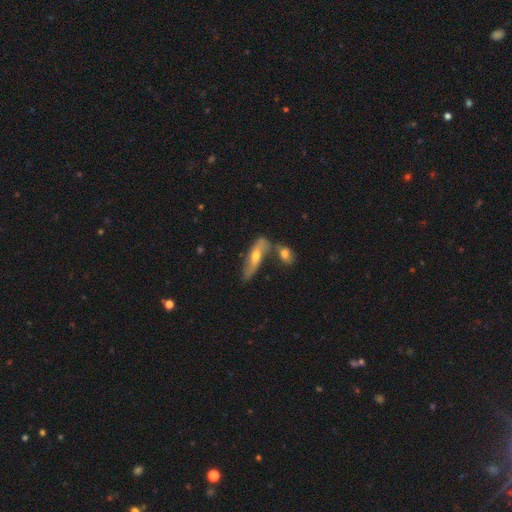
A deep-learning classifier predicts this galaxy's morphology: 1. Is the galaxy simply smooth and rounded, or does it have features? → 55% featured or disk, 38% smooth, 7% star or artifact.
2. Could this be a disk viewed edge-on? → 56% yes, 44% no.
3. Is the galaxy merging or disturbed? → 49% none, 27% merger, 18% minor disturbance, 7% major disturbance.